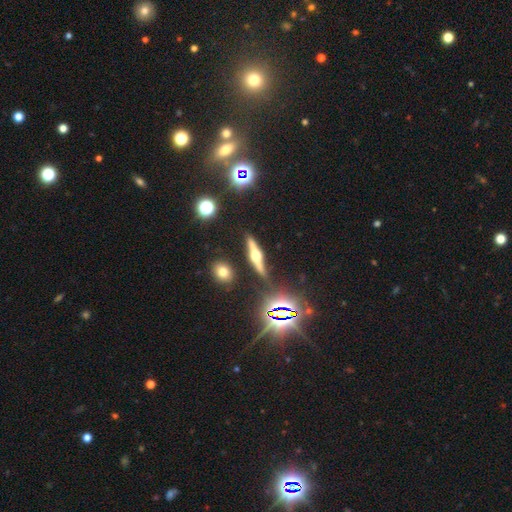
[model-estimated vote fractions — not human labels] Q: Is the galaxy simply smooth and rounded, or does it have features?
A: featured or disk — 70%.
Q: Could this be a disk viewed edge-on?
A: yes — 95%.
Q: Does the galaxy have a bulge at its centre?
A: rounded — 94%.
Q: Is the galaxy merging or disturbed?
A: none — 83%.